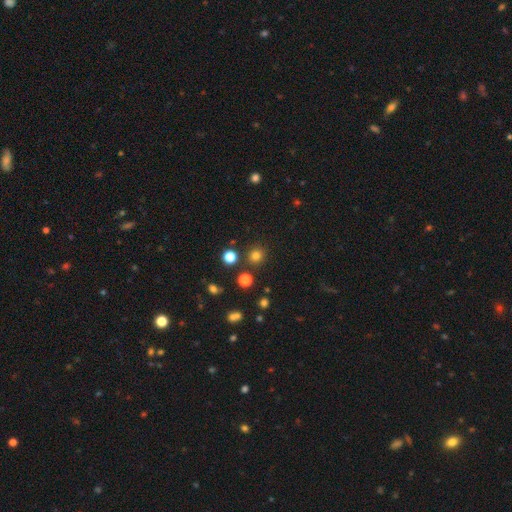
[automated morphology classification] type=smooth (78%); roundness=round (91%); merging=none (86%).